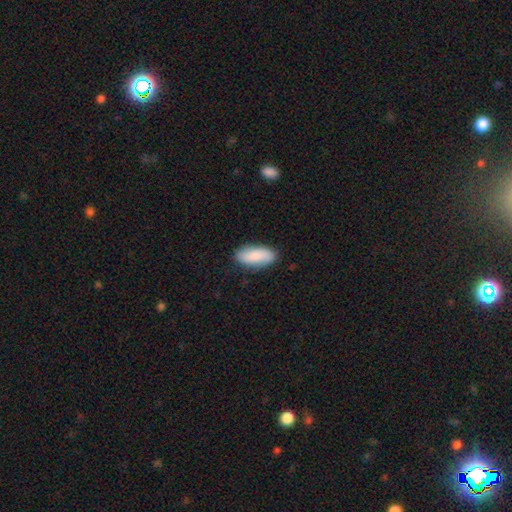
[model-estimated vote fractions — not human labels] Smooth or featured: smooth — 83% (featured or disk — 11%)
How rounded: in between — 82% (cigar-shaped — 15%)
Merging: none — 84% (minor disturbance — 12%)